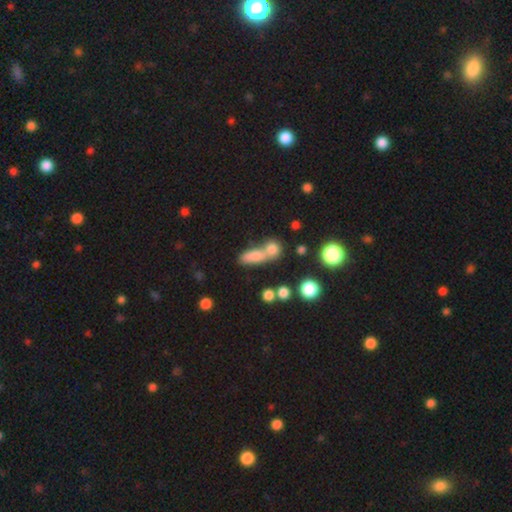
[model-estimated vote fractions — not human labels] A smooth galaxy with no disk features (75%) that is in between round and cigar-shaped (55%). Merging: merger (45%).